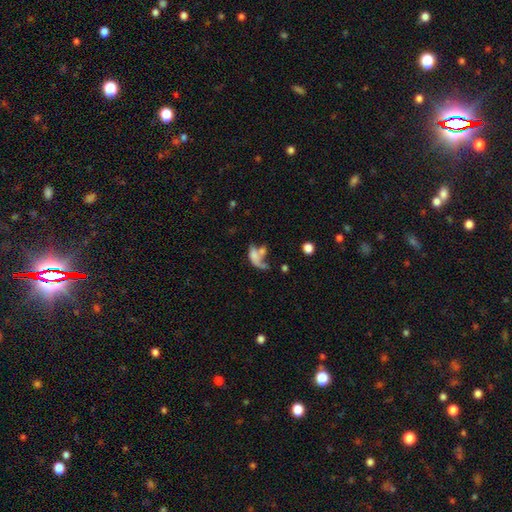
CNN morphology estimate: Smooth or featured? smooth (52%)
How rounded? in between (77%)
Merging? merger (41%)